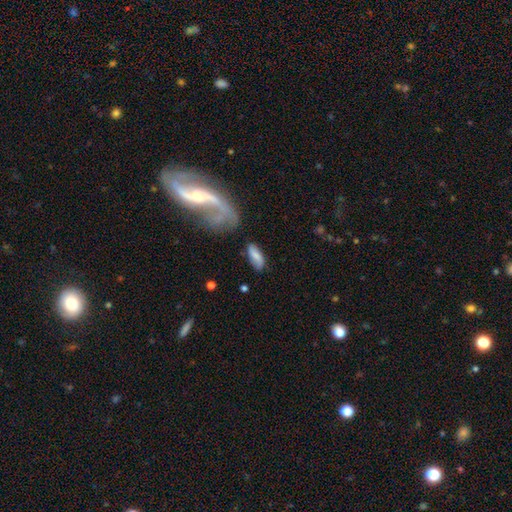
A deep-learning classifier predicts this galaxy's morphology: This is likely a smooth galaxy (70%). How rounded: likely in between (78%). Merging: likely none (69%).